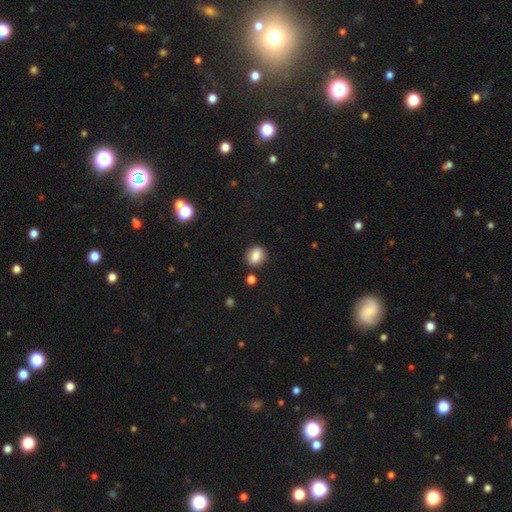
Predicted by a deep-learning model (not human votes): A smooth galaxy with no disk features (84%) that is round (59%). Merging: none (85%).